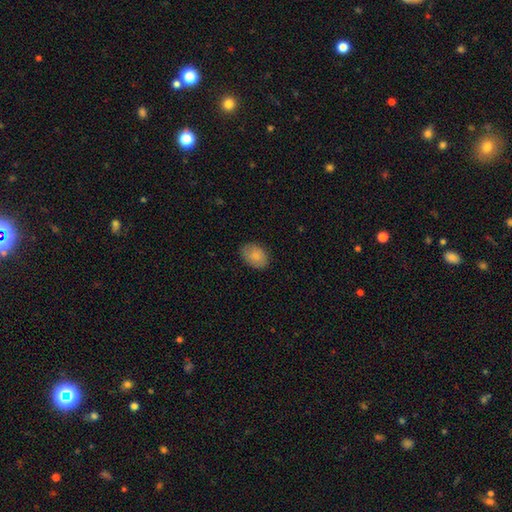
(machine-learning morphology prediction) A smooth galaxy with no disk features (84%) that is in between round and cigar-shaped (79%). Merging: none (85%).